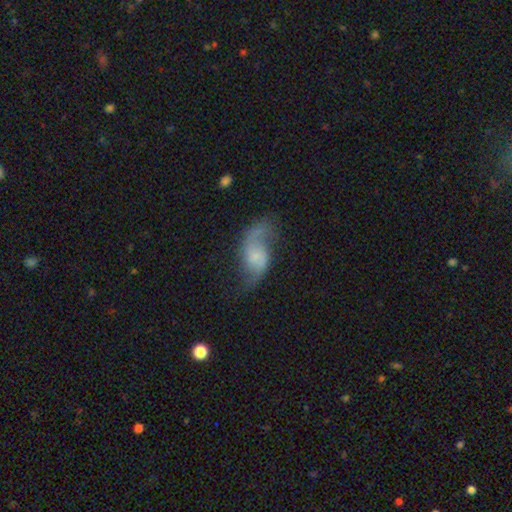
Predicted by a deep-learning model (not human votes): This is likely a featured or disk galaxy (75%). It is clearly not viewed edge-on (96%). Bar: possibly no (57%). Spiral arm pattern: clearly yes (93%). Spiral arm count: clearly 2 (88%). Spiral winding: likely loose (75%). Central bulge: marginally small (39%). Merging: likely none (62%).